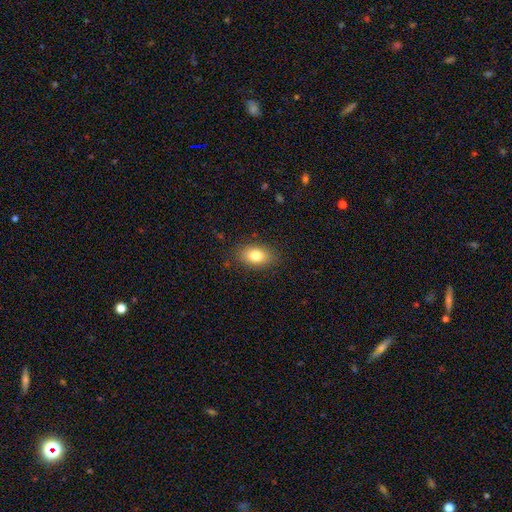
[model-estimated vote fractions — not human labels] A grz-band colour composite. It shows a smooth galaxy with no disk features (81%) that is in between round and cigar-shaped (85%). Merging: none (86%).